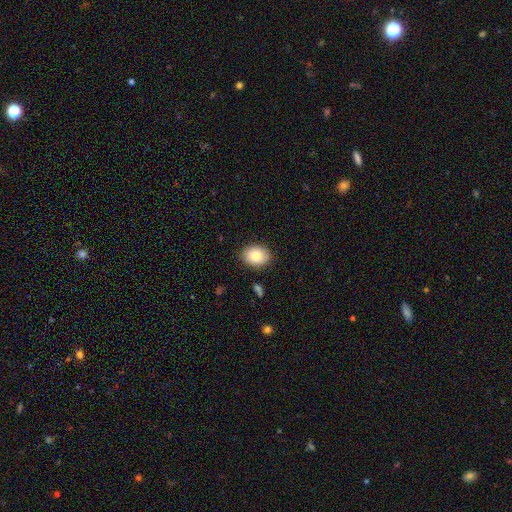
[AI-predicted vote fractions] This is clearly a smooth galaxy (81%). How rounded: possibly in between (54%). Merging: clearly none (87%).